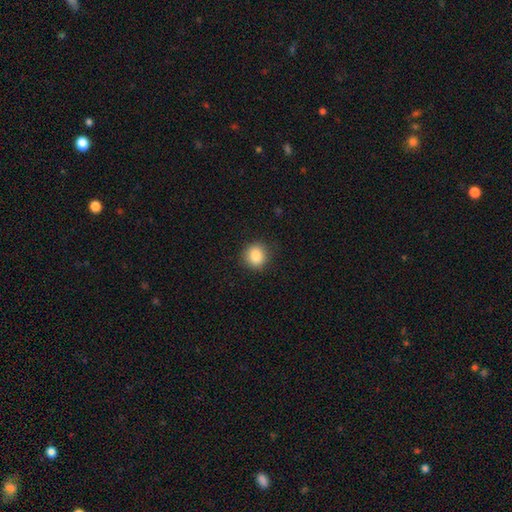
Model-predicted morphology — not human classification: smooth_or_featured: smooth (p=0.87) [alt: star or artifact p=0.09]
how_rounded: round (p=0.87) [alt: in between p=0.12]
merging: none (p=0.88) [alt: minor disturbance p=0.09]